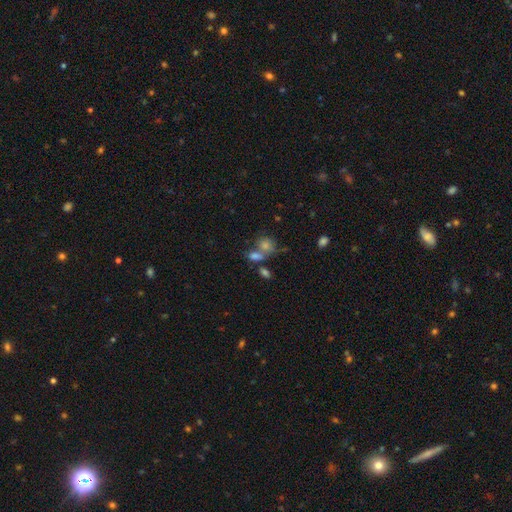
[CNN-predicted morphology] A smooth galaxy with no disk features (68%) that is in between round and cigar-shaped (61%).

Vote fractions:
- Smooth or featured? smooth: 68% / star or artifact: 17% / featured or disk: 15%
- How rounded? in between: 61% / round: 36% / cigar-shaped: 4%
- Merging? merger: 44% / none: 39% / minor disturbance: 11% / major disturbance: 6%